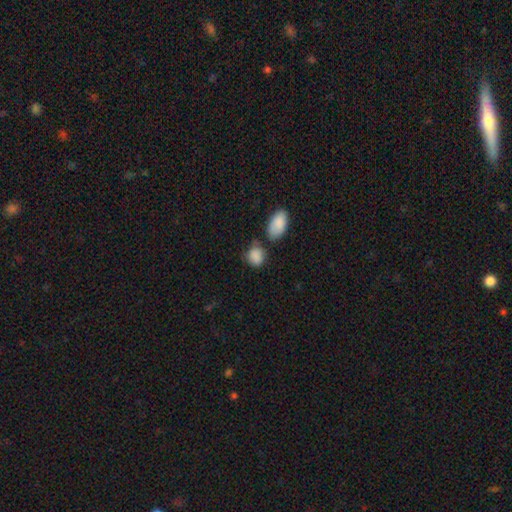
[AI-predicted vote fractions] A smooth galaxy with no disk features (87%) that is in between round and cigar-shaped (55%).

Vote fractions:
- Smooth or featured? smooth: 87% / star or artifact: 8% / featured or disk: 6%
- How rounded? in between: 55% / round: 43% / cigar-shaped: 2%
- Merging? none: 51% / minor disturbance: 23% / merger: 17% / major disturbance: 8%